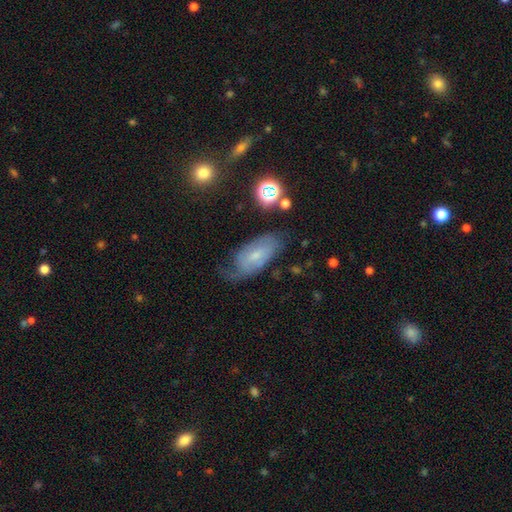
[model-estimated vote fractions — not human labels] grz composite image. It shows a featured or disk galaxy (59%) with a weak bar (45%, tied with no), spiral arms (85%) and a small central bulge (58%). Merging: none (50%).